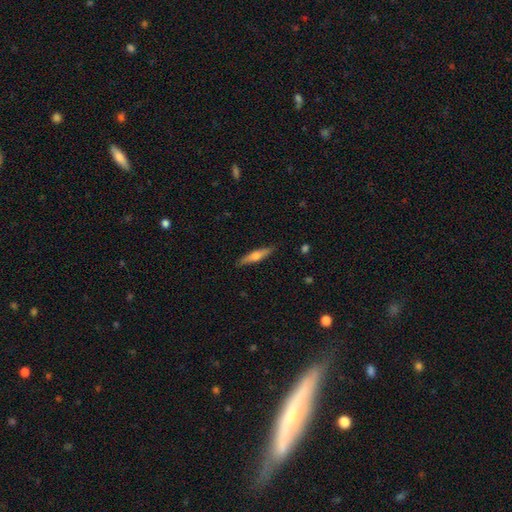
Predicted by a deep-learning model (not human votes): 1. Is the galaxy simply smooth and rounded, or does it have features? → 51% featured or disk, 43% smooth, 6% star or artifact.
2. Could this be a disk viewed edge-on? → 95% yes, 5% no.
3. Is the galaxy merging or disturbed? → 89% none, 8% minor disturbance, 2% major disturbance, 1% merger.